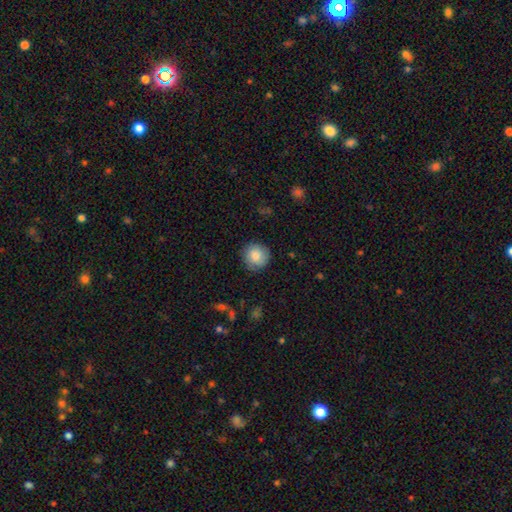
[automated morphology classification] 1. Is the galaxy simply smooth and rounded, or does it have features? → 84% smooth, 9% featured or disk, 7% star or artifact.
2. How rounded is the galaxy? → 94% round, 5% in between, 1% cigar-shaped.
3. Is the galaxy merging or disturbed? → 87% none, 10% minor disturbance, 2% major disturbance, 1% merger.